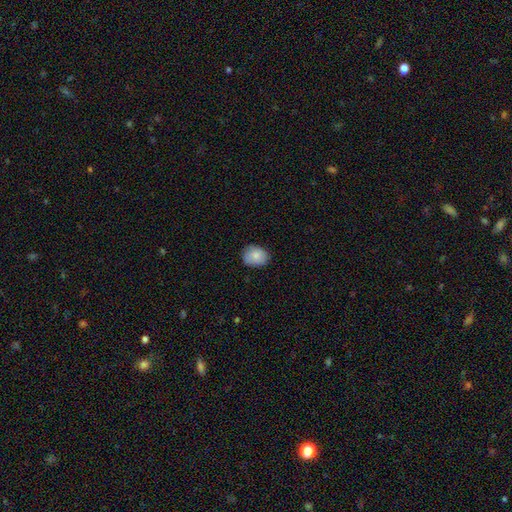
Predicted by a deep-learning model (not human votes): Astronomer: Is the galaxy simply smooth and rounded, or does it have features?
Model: smooth — 85%.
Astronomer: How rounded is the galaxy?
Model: round — 50% (runner-up: in between, 49%).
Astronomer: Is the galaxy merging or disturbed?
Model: none — 79%.